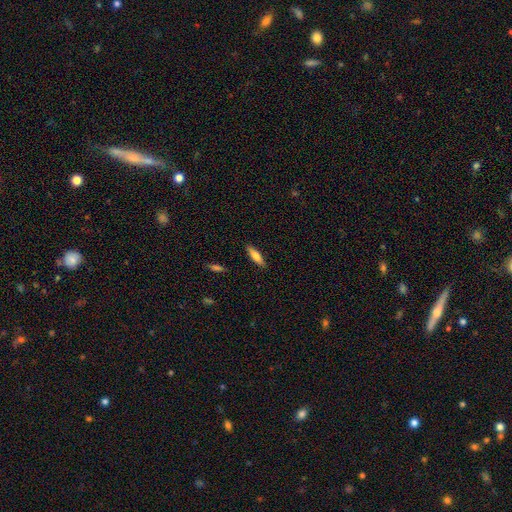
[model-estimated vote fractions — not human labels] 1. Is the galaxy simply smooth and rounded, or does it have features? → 73% smooth, 21% featured or disk, 6% star or artifact.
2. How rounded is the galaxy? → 60% cigar-shaped, 38% in between, 2% round.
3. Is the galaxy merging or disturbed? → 88% none, 9% minor disturbance, 2% major disturbance, 1% merger.